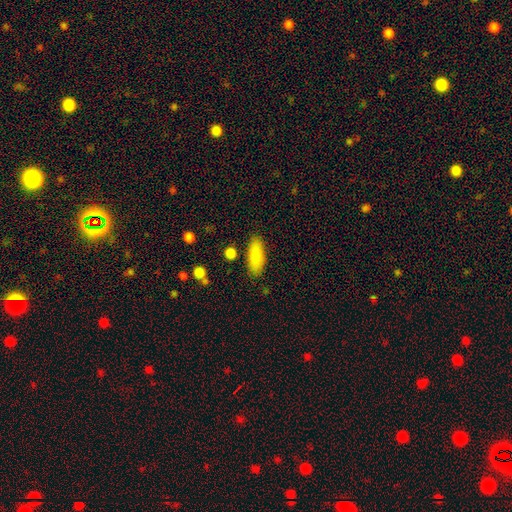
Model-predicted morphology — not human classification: smooth 85%, featured or disk 9%, star or artifact 6%. Down the decision tree: how rounded — in between (72%); merging — none (84%).